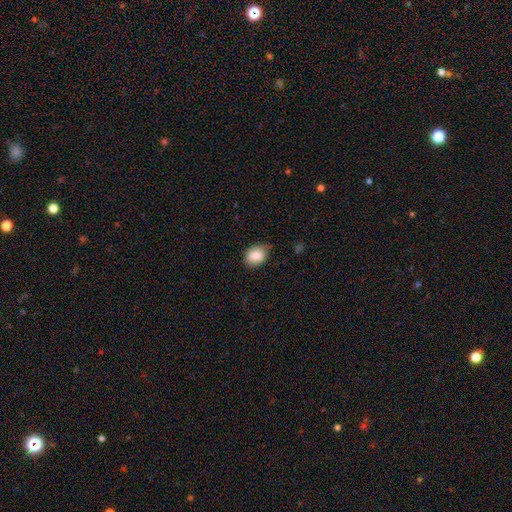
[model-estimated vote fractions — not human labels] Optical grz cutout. It shows a smooth galaxy with no disk features (85%) that is in between round and cigar-shaped (55%). Merging: none (68%).